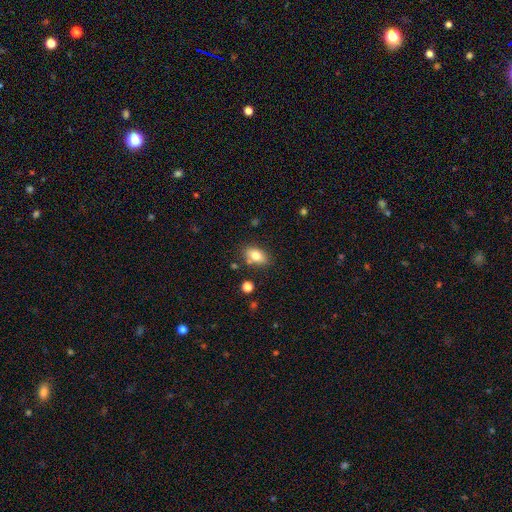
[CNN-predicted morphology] This appears to be a smooth galaxy with no disk features (80%) that is in between round and cigar-shaped (87%). Merging: none (77%).